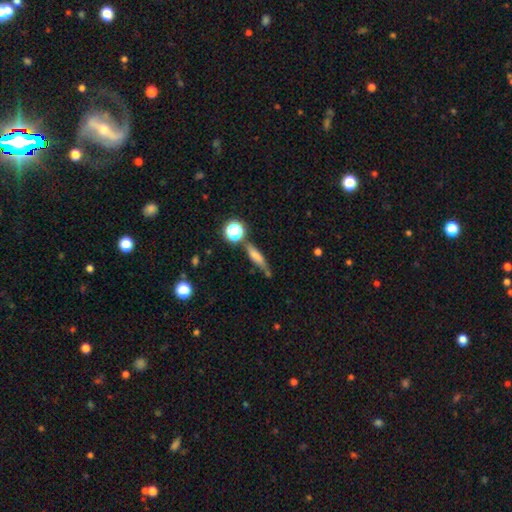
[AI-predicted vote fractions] This is likely a smooth galaxy (66%). How rounded: likely cigar-shaped (67%). Merging: possibly none (60%).